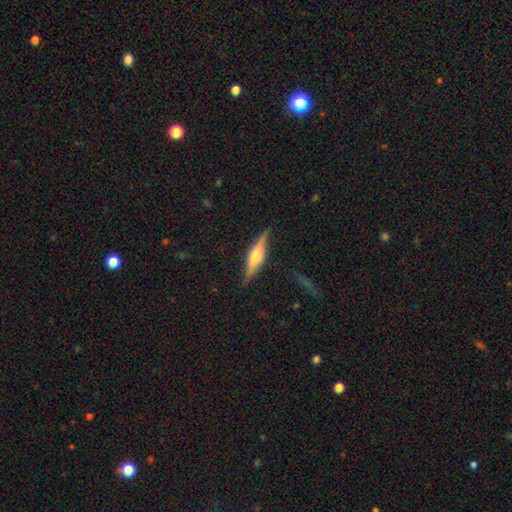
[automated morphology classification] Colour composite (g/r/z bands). It shows a featured or disk galaxy (69%) viewed edge-on (96%) with a rounded central bulge (81%). Merging: none (86%).